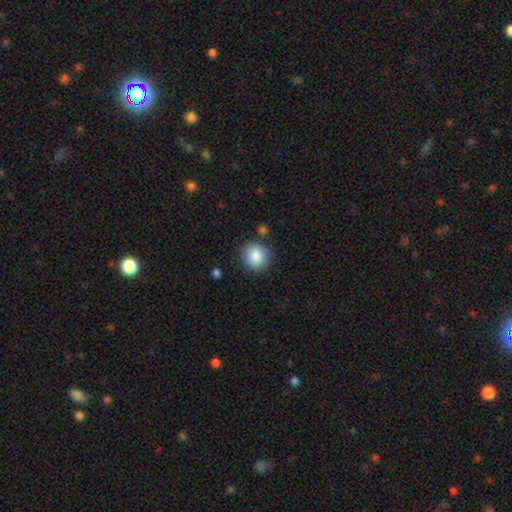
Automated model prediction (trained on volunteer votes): smooth_or_featured: smooth (p=0.87) [alt: star or artifact p=0.08]
how_rounded: round (p=0.90) [alt: in between p=0.09]
merging: none (p=0.86) [alt: minor disturbance p=0.08]